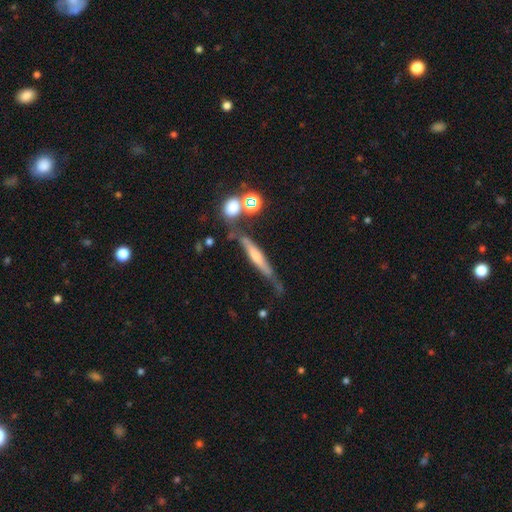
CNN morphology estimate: smooth_or_featured: featured or disk (p=0.70) [alt: smooth p=0.18]
disk_edge_on: yes (p=0.91) [alt: no p=0.09]
edge_on_bulge: rounded (p=0.67) [alt: none p=0.20]
merging: none (p=0.65) [alt: minor disturbance p=0.16]